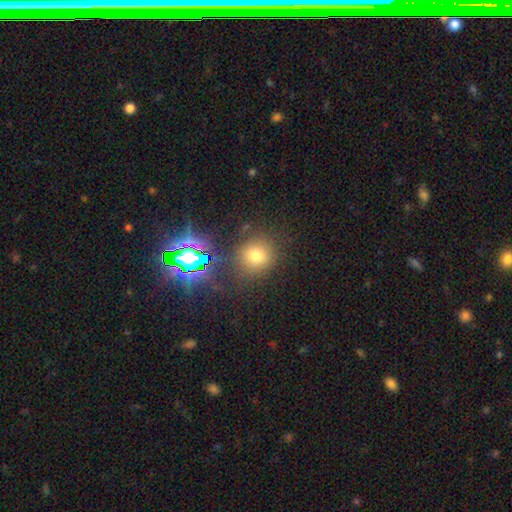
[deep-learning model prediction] smooth_or_featured: smooth (p=0.68) [alt: star or artifact p=0.24]
how_rounded: round (p=0.81) [alt: in between p=0.17]
merging: none (p=0.81) [alt: minor disturbance p=0.11]